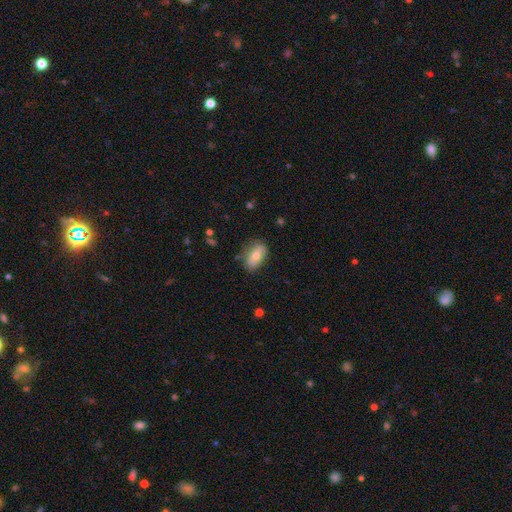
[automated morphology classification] smooth_or_featured: smooth (p=0.67) [alt: featured or disk p=0.25]
how_rounded: in between (p=0.88) [alt: round p=0.07]
merging: none (p=0.74) [alt: minor disturbance p=0.19]